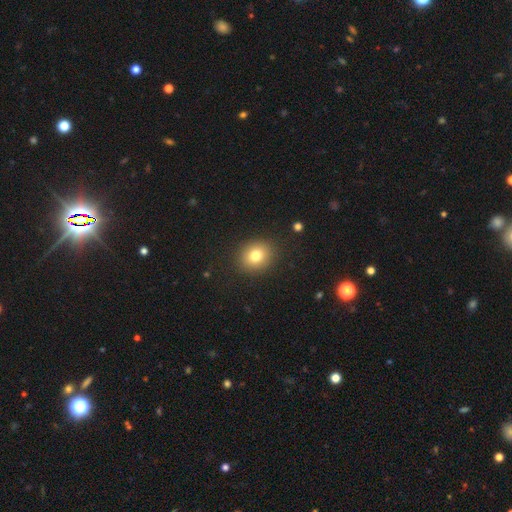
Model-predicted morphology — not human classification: Smooth or featured: smooth — 78% (star or artifact — 11%)
How rounded: round — 70% (in between — 29%)
Merging: none — 89% (minor disturbance — 7%)